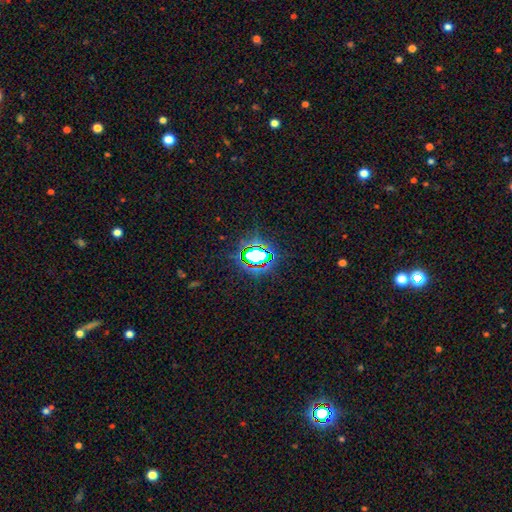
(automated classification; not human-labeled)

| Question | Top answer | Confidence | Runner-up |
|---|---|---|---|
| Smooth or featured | star or artifact | 68% | smooth (21%) |